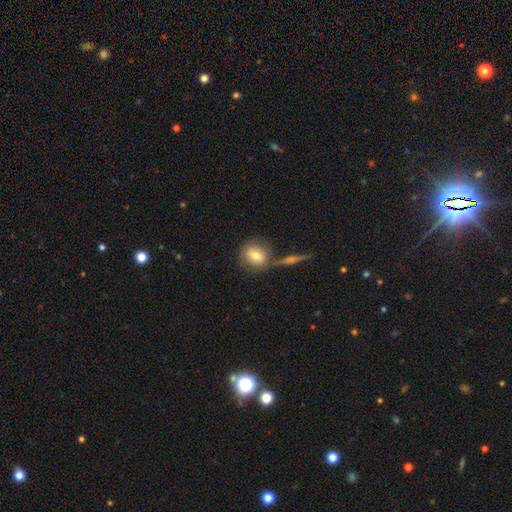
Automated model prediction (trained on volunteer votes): smooth-or-featured: smooth: 71% | featured or disk: 21% | star or artifact: 8%
  how-rounded: round: 76% | in between: 22% | cigar-shaped: 2%
  merging: none: 62% | merger: 19% | minor disturbance: 14% | major disturbance: 5%